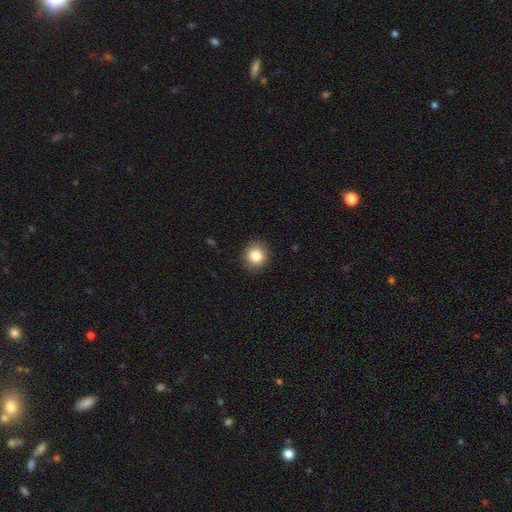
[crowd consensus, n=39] smooth-or-featured: smooth: 90% | star or artifact: 8% | featured or disk: 3%
  how-rounded: round: 97% | in between: 3% | cigar-shaped: 0%
  merging: none: 94% | minor disturbance: 6% | major disturbance: 0% | merger: 0%